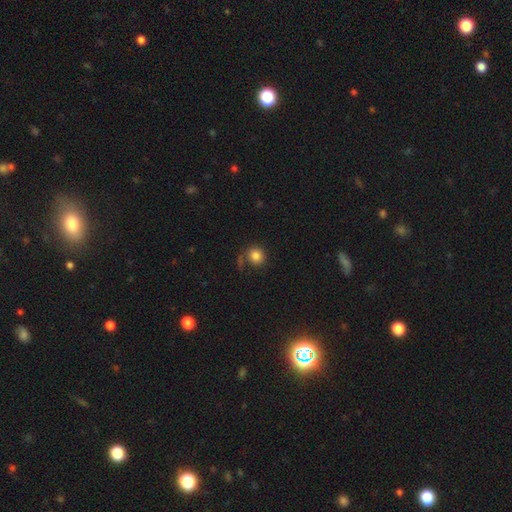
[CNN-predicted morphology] The model was most divided on "merging": none: 66%, minor disturbance: 15%, major disturbance: 10%, merger: 9%. More confident: how rounded — round (87%); smooth or featured — smooth (83%).